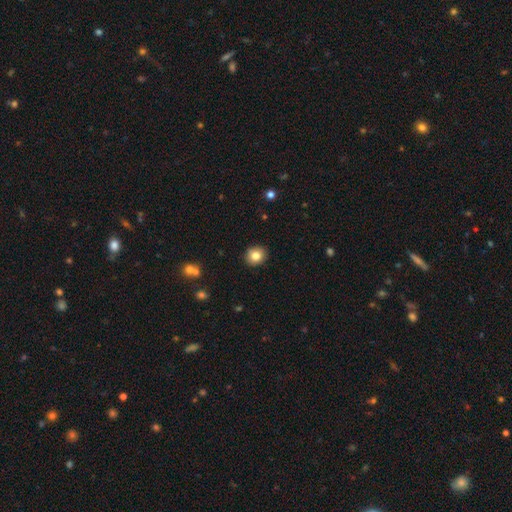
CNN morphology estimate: A smooth galaxy with no disk features (81%) that is round (84%). Merging: none (91%).